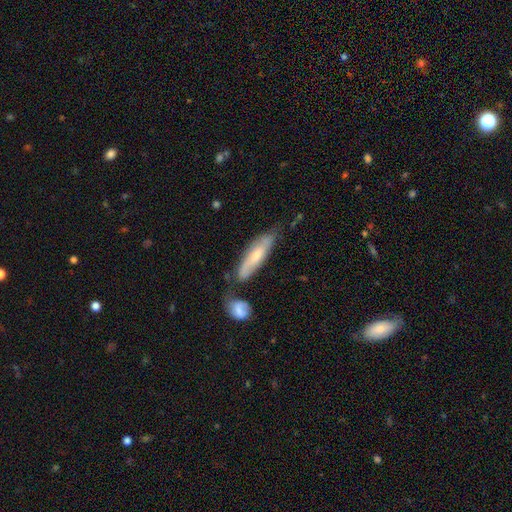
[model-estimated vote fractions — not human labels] Smooth or featured?
  - featured or disk: 48% *
  - smooth: 46%
  - star or artifact: 7%
Merging?
  - none: 55% *
  - minor disturbance: 23%
  - merger: 15%
  - major disturbance: 7%